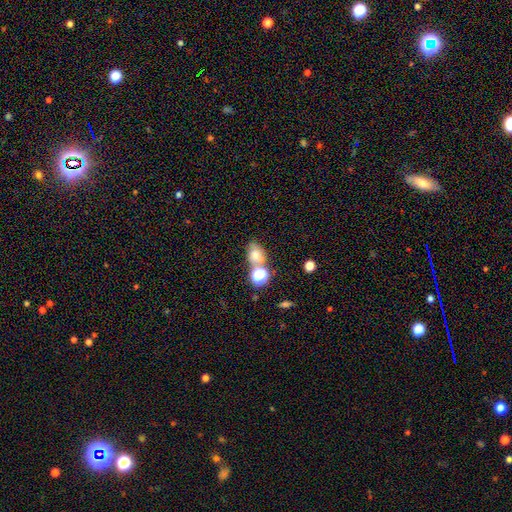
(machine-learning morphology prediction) Smooth or featured: smooth — 60% (star or artifact — 23%)
How rounded: in between — 59% (round — 38%)
Merging: none — 49% (merger — 32%)